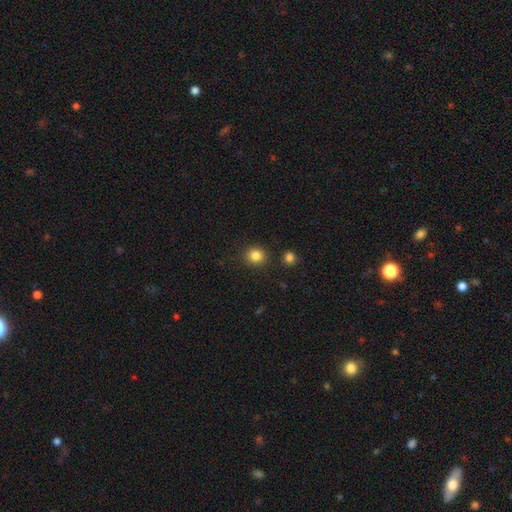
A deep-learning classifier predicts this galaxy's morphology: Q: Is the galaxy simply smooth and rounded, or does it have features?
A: smooth — 84%.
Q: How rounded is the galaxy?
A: round — 86%.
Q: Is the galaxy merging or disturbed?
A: none — 87%.